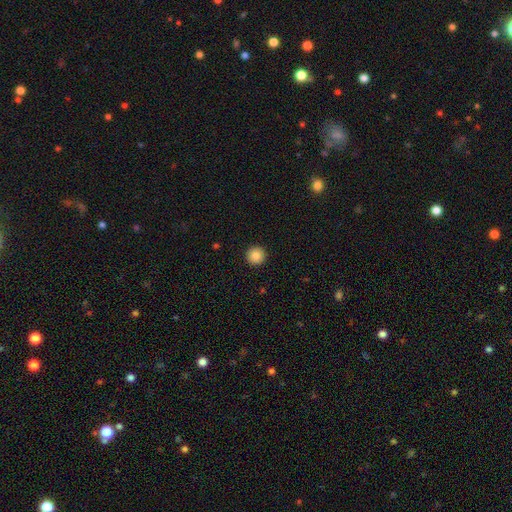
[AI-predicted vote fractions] Smooth or featured?
  - smooth: 86% *
  - star or artifact: 9%
  - featured or disk: 5%
How rounded?
  - round: 96% *
  - in between: 3%
  - cigar-shaped: 1%
Merging?
  - none: 94% *
  - minor disturbance: 4%
  - major disturbance: 1%
  - merger: 1%